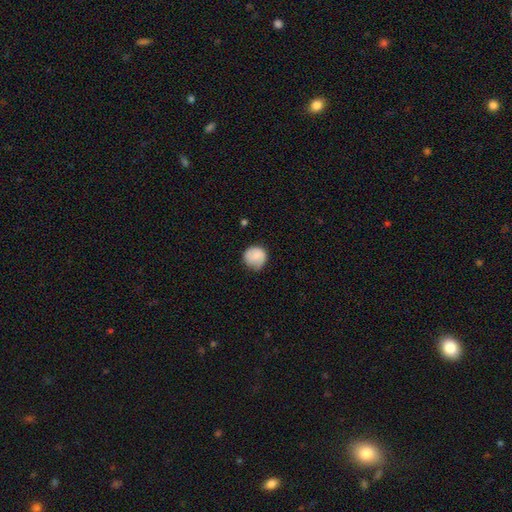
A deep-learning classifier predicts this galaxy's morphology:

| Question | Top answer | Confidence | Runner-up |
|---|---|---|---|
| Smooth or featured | smooth | 80% | featured or disk (13%) |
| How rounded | round | 89% | in between (10%) |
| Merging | none | 64% | minor disturbance (28%) |